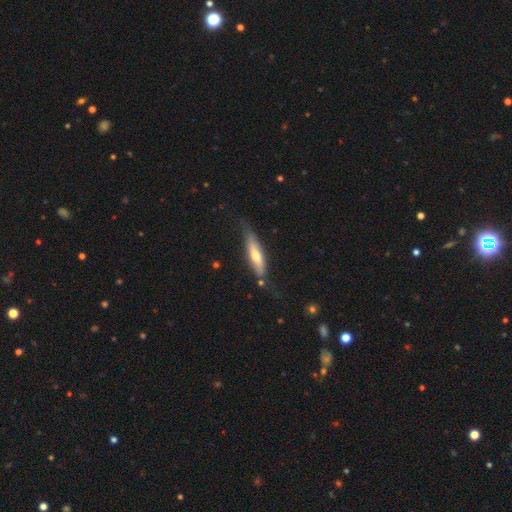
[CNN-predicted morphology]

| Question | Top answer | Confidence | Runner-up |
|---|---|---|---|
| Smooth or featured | smooth | 47% | tied: featured or disk (47%) |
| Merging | none | 61% | minor disturbance (27%) |